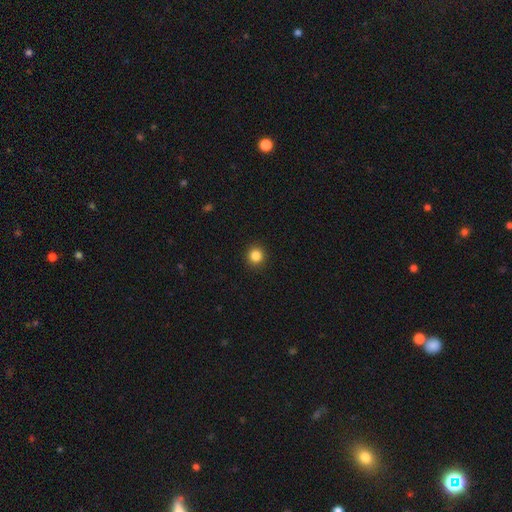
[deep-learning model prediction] smooth 85%, star or artifact 11%, featured or disk 4%. Down the decision tree: how rounded — round (93%); merging — none (92%).